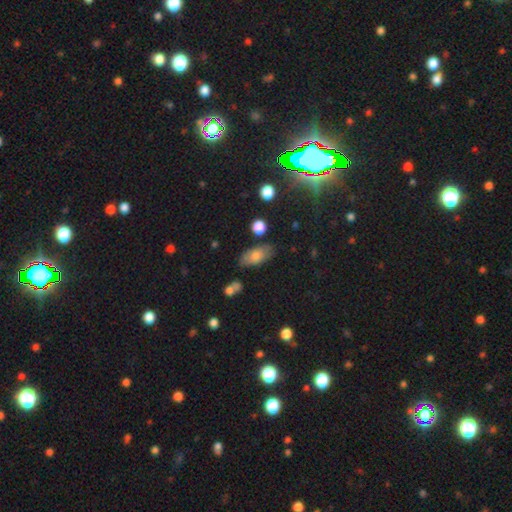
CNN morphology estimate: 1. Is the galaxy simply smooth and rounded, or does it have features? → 74% smooth, 16% featured or disk, 10% star or artifact.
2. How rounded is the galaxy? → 88% in between, 8% cigar-shaped, 4% round.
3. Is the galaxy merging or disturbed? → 76% none, 15% minor disturbance, 4% merger, 4% major disturbance.